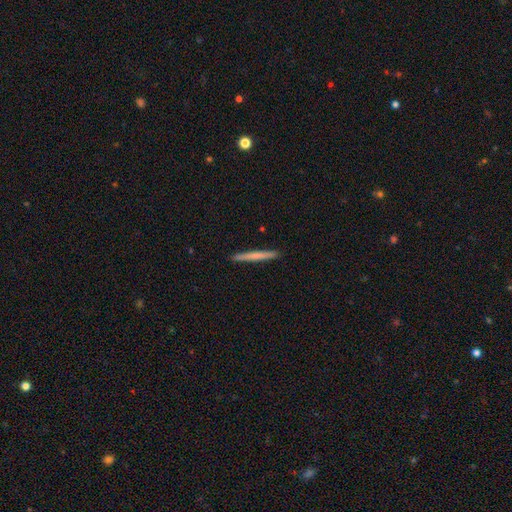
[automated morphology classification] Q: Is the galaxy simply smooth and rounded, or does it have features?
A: smooth — 65%.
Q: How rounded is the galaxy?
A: cigar-shaped — 97%.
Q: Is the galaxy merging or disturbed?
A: none — 92%.